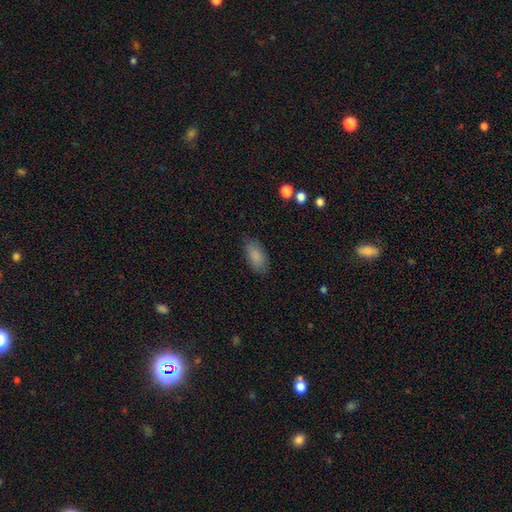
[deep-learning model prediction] Overall: smooth (86%). How rounded: in between (91%). Merging: none (81%).